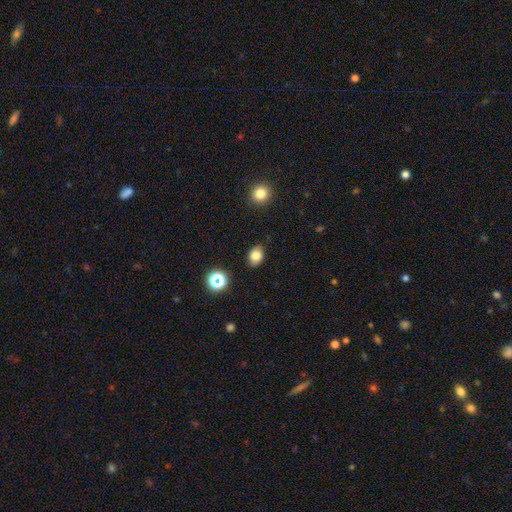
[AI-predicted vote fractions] Overall: smooth (80%). How rounded: in between (69%; round 30%). Merging: none (85%).